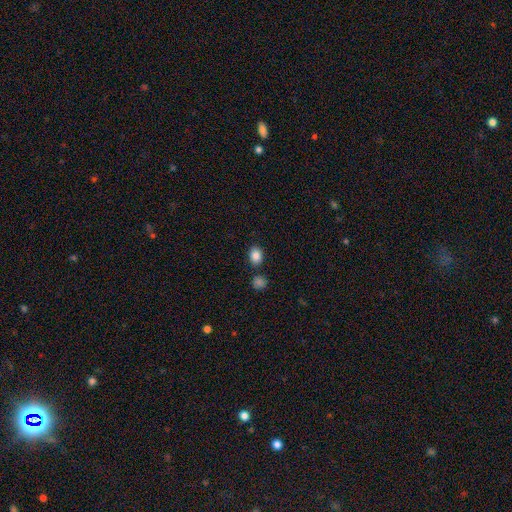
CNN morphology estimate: Smooth or featured? Predicted: smooth (p=0.86). How rounded? Predicted: in between (p=0.62). Merging? Predicted: none (p=0.82).